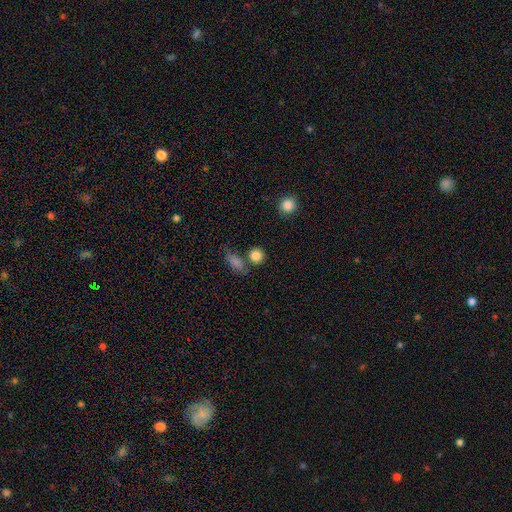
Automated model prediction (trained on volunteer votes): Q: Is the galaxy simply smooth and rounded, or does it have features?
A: smooth — 85%.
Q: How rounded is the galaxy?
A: round — 85%.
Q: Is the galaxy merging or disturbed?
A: none — 71%.